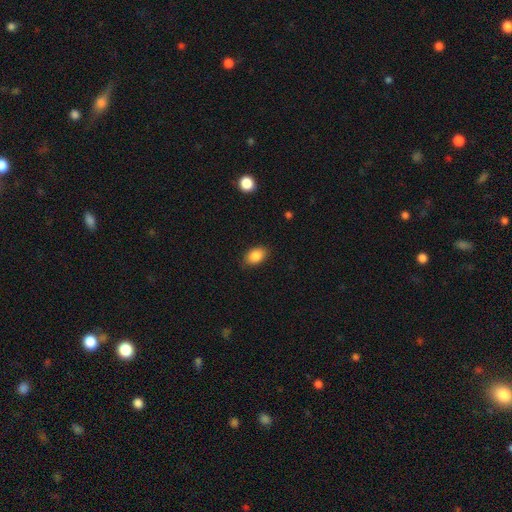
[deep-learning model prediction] Smooth or featured? smooth (86%)
How rounded? in between (86%)
Merging? none (86%)